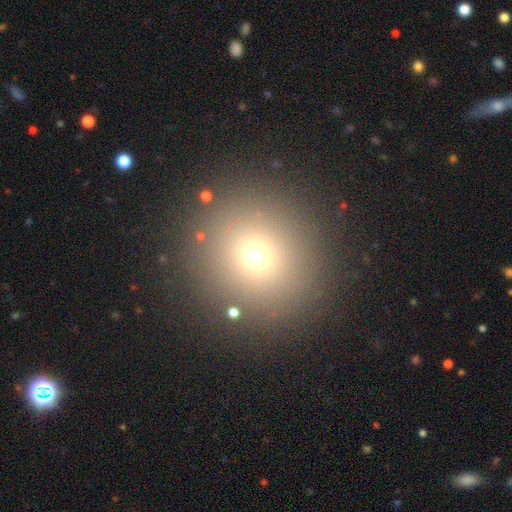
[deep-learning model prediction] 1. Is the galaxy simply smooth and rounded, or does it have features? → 69% smooth, 21% star or artifact, 10% featured or disk.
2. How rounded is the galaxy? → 92% round, 7% in between, 1% cigar-shaped.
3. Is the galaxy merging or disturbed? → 88% none, 6% minor disturbance, 4% major disturbance, 2% merger.